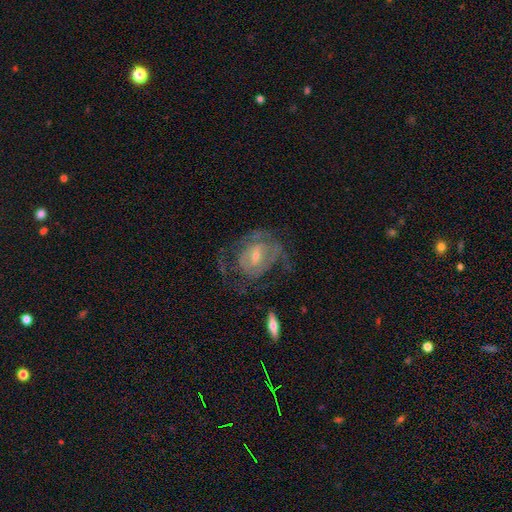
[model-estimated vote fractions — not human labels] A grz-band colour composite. It shows a featured or disk galaxy (76%) with a weak bar (44%), tight (46%) spiral arms (73%) and a small central bulge (61%). Merging: none (49%).